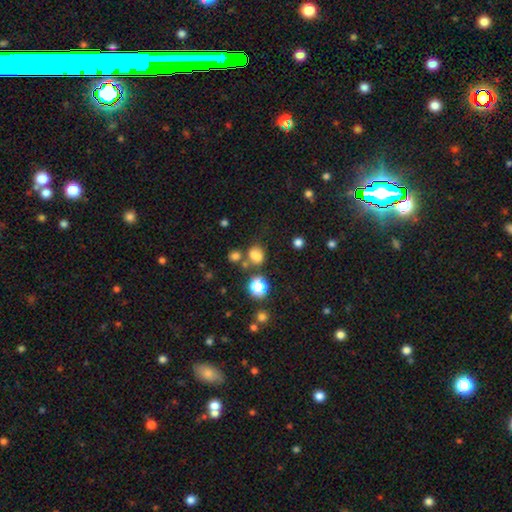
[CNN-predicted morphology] Overall: smooth (68%). How rounded: round (55%; in between 44%). Merging: none (54%; merger 22%).